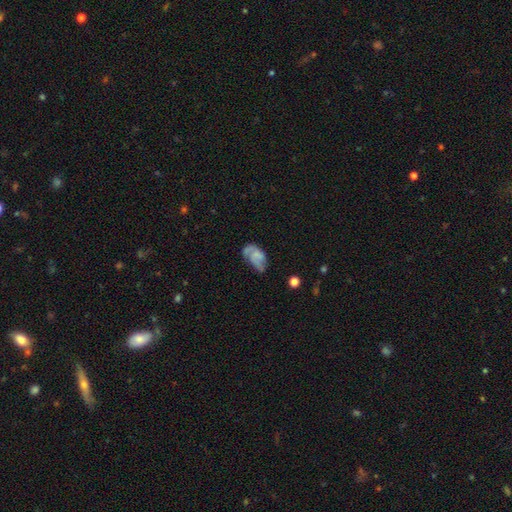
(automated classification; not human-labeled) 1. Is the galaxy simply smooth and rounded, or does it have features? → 46% smooth, 44% featured or disk, 10% star or artifact.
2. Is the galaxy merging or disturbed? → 34% none, 33% minor disturbance, 27% major disturbance, 6% merger.